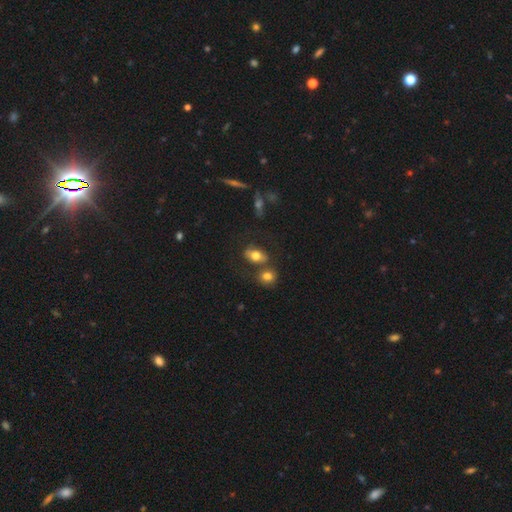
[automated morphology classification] This is likely a smooth galaxy (72%). How rounded: likely in between (79%). Merging: possibly none (55%).